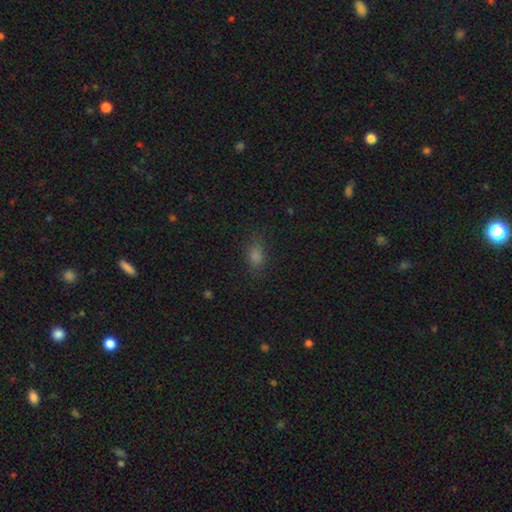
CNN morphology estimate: Smooth or featured?
  - smooth: 72% *
  - star or artifact: 20%
  - featured or disk: 7%
How rounded?
  - in between: 68% *
  - round: 28%
  - cigar-shaped: 4%
Merging?
  - none: 79% *
  - minor disturbance: 15%
  - major disturbance: 5%
  - merger: 1%